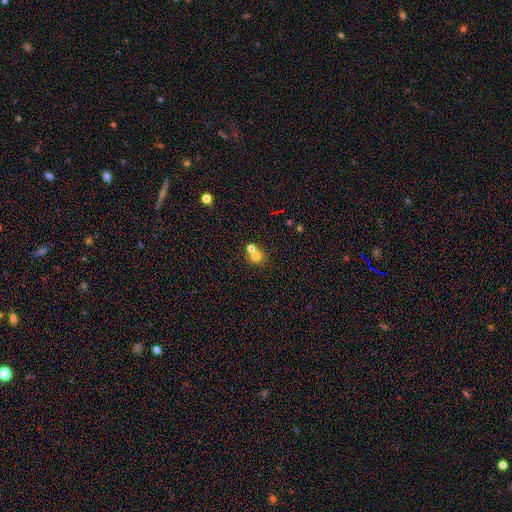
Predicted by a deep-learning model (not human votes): Q: Smooth or featured?
A: smooth (72%); runner-up: star or artifact (14%)
Q: How rounded?
A: round (84%); runner-up: in between (15%)
Q: Merging?
A: merger (48%); runner-up: none (43%)